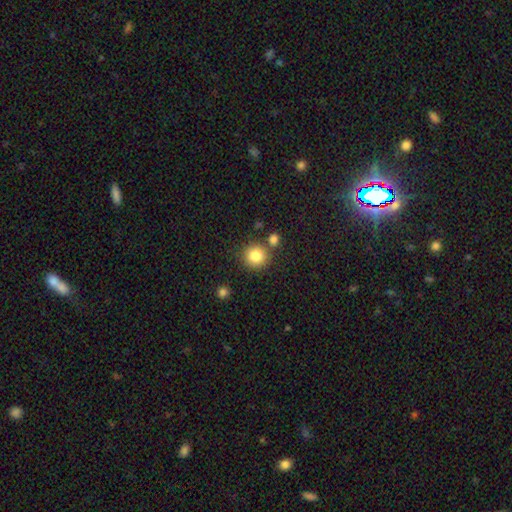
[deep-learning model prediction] smooth_or_featured: smooth (p=0.84) [alt: star or artifact p=0.10]
how_rounded: round (p=0.92) [alt: in between p=0.07]
merging: none (p=0.79) [alt: merger p=0.10]